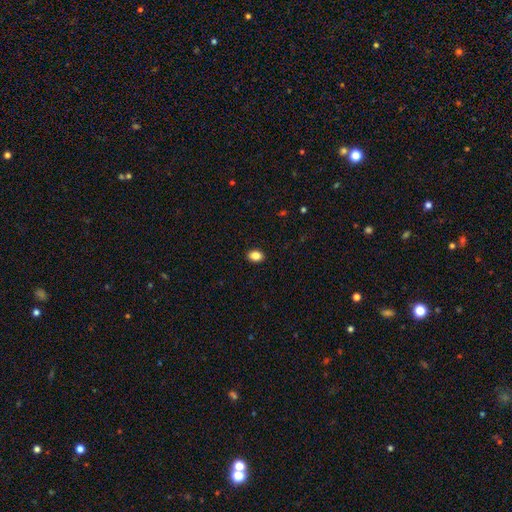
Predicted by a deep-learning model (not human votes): smooth-or-featured: smooth: 86% | star or artifact: 9% | featured or disk: 5%
  how-rounded: in between: 70% | round: 29% | cigar-shaped: 1%
  merging: none: 91% | minor disturbance: 6% | major disturbance: 2% | merger: 1%